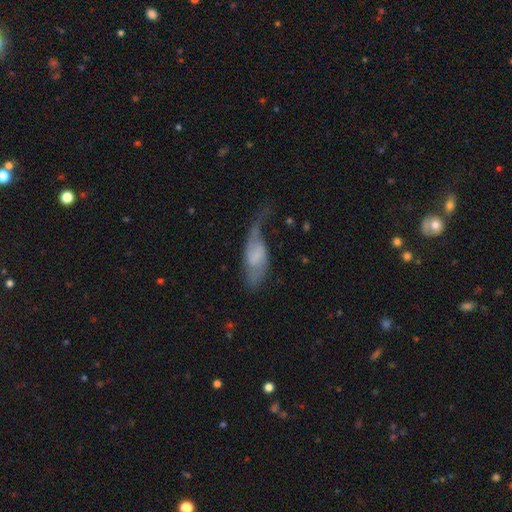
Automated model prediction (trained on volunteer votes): Morphology: type=featured or disk (59%); edge-on=no (89%); bar=no (47%); spiral arms=yes (81%); bulge=none (47%); merging=major disturbance (43%).